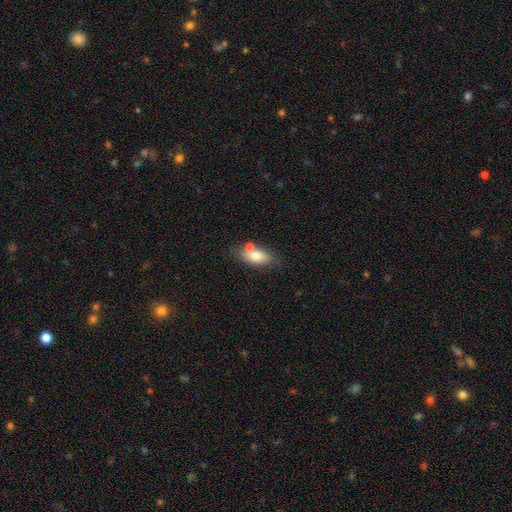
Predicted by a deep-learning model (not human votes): This appears to be a smooth galaxy with no disk features (73%) that is in between round and cigar-shaped (87%). Merging: none (60%).